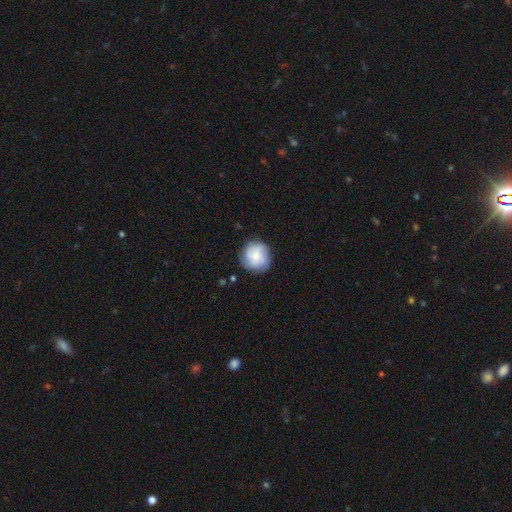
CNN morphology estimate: Smooth or featured? Predicted: smooth (p=0.66). How rounded? Predicted: round (p=0.91). Merging? Predicted: none (p=0.79).